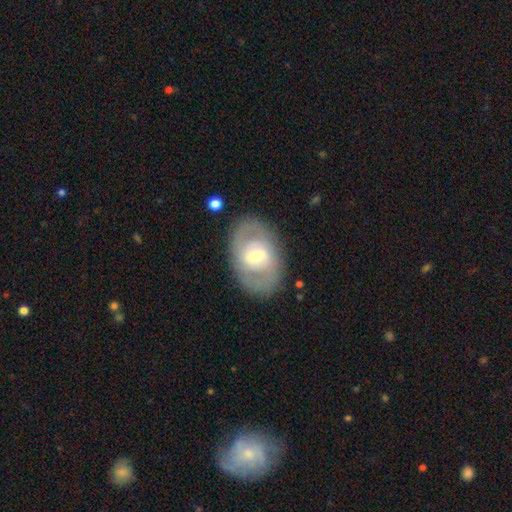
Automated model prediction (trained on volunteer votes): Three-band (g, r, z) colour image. It shows a featured or disk galaxy (63%) with a weak bar (48%), spiral arms (54%) and a moderate central bulge (58%). Merging: none (82%).